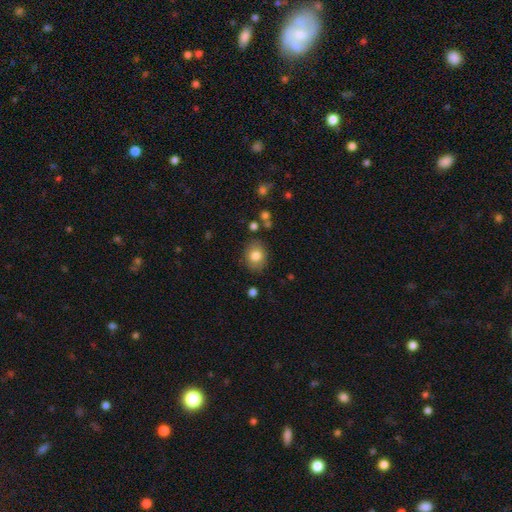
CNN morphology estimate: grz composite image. It shows a smooth galaxy with no disk features (80%) that is round (53%). Merging: none (84%).